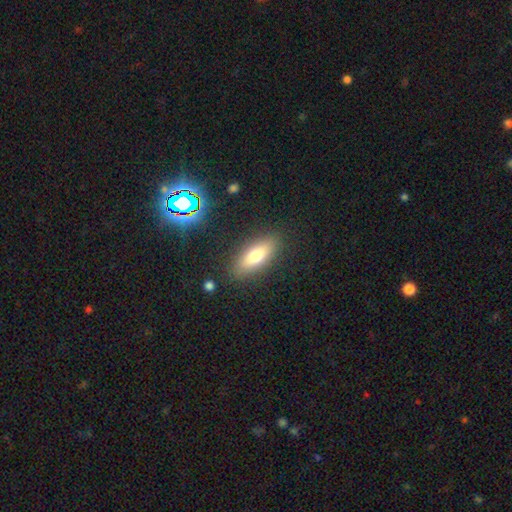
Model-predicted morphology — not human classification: smooth-or-featured: smooth: 70% | featured or disk: 22% | star or artifact: 8%
  how-rounded: in between: 70% | cigar-shaped: 27% | round: 3%
  merging: none: 86% | minor disturbance: 9% | major disturbance: 3% | merger: 2%